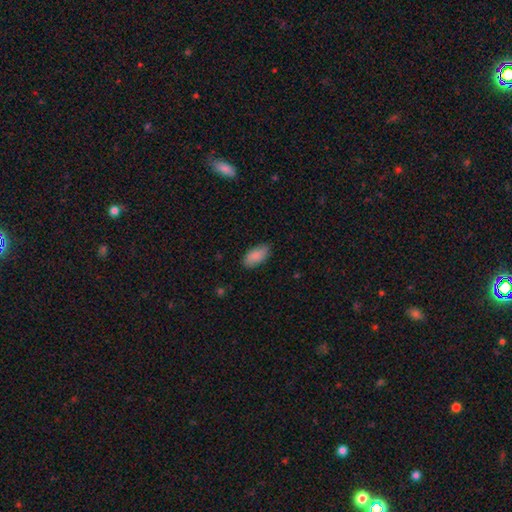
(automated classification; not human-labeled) Morphology: type=smooth (88%); roundness=in between (92%); merging=none (84%).